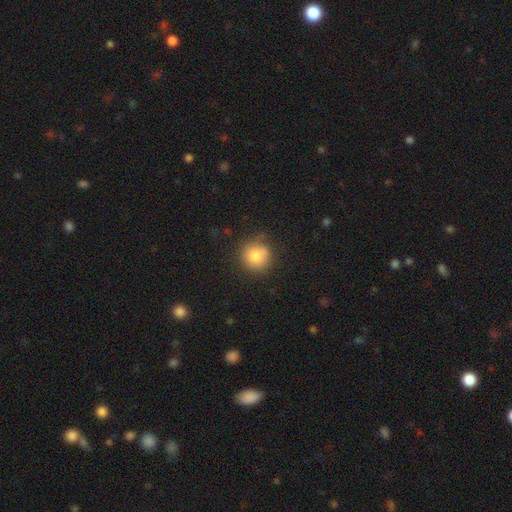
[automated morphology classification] Smooth or featured: smooth — 80% (featured or disk — 10%)
How rounded: round — 92% (in between — 7%)
Merging: none — 75% (minor disturbance — 17%)